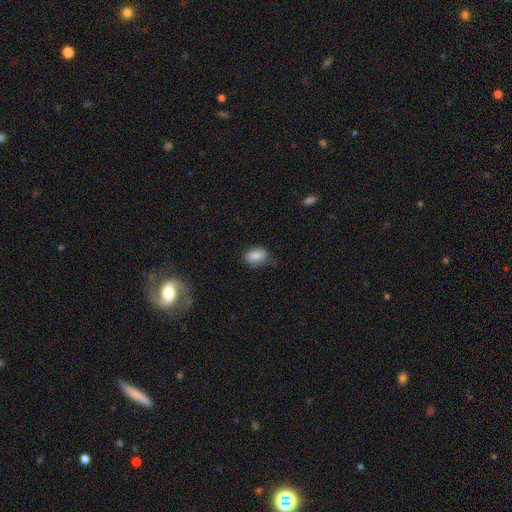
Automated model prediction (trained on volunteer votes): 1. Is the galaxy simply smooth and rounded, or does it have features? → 84% smooth, 8% star or artifact, 8% featured or disk.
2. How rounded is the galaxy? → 84% in between, 14% round, 2% cigar-shaped.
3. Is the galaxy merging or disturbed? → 61% none, 30% minor disturbance, 7% major disturbance, 2% merger.